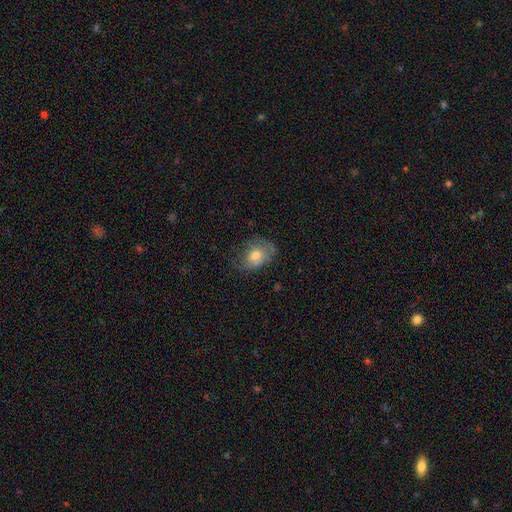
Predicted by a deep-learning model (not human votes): This appears to be a smooth galaxy with no disk features (58%) that is in between round and cigar-shaped (68%). Merging: none (54%).